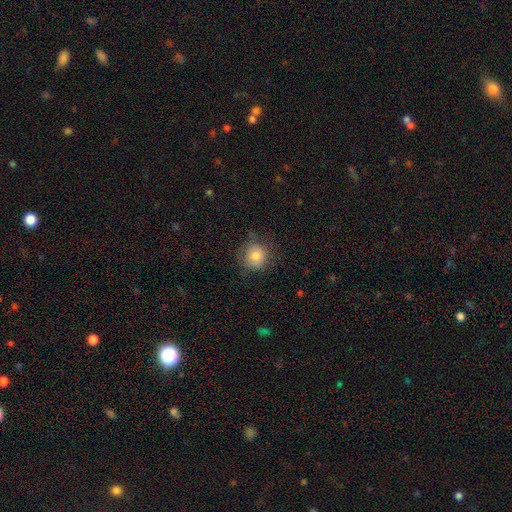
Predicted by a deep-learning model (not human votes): smooth 79%, featured or disk 11%, star or artifact 10%. Down the decision tree: how rounded — round (89%); merging — none (75%).